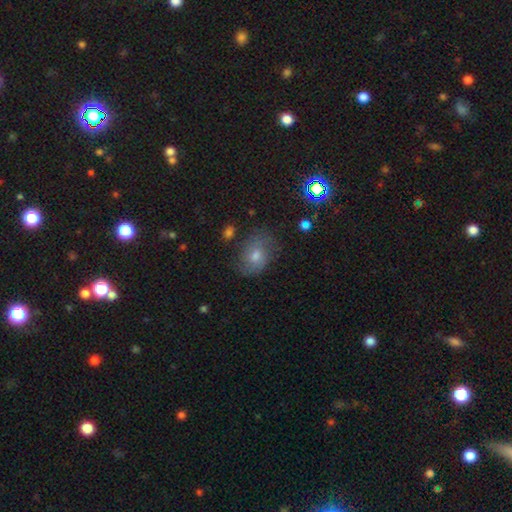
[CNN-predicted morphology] smooth 45%, featured or disk 39%, star or artifact 17%. Down the decision tree: merging — none (66%).